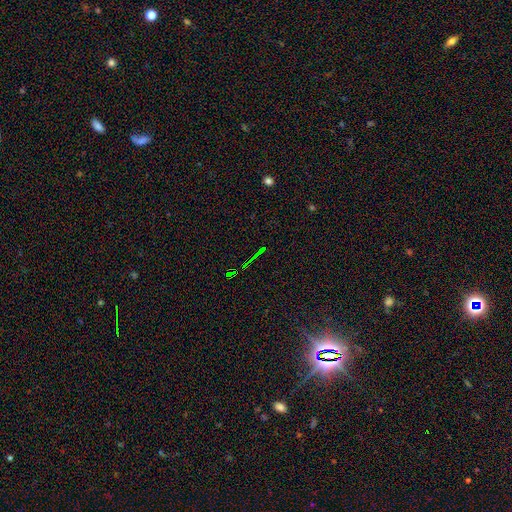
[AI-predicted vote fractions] Smooth or featured? star or artifact (74%)